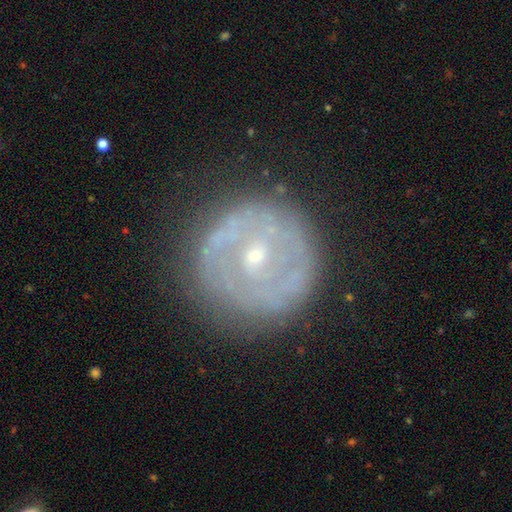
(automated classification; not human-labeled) Q: Smooth or featured?
A: featured or disk (68%); runner-up: smooth (25%)
Q: Edge-on disk?
A: no (97%); runner-up: yes (3%)
Q: Bar?
A: no (56%); runner-up: weak (33%)
Q: Spiral arms?
A: yes (52%); runner-up: no (48%)
Q: Bulge size?
A: small (60%); runner-up: moderate (35%)
Q: Merging?
A: none (77%); runner-up: minor disturbance (14%)